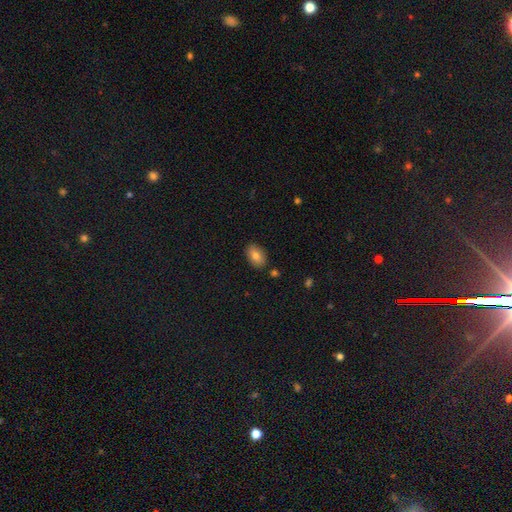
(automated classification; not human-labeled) Smooth or featured?
  - smooth: 81% *
  - featured or disk: 11%
  - star or artifact: 8%
How rounded?
  - in between: 88% *
  - round: 10%
  - cigar-shaped: 1%
Merging?
  - none: 85% *
  - minor disturbance: 10%
  - merger: 3%
  - major disturbance: 2%